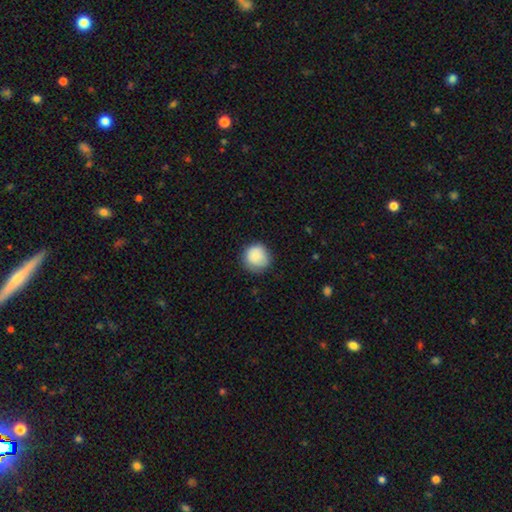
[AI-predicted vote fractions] Smooth or featured? Predicted: smooth (p=0.86). How rounded? Predicted: round (p=0.92). Merging? Predicted: none (p=0.79).